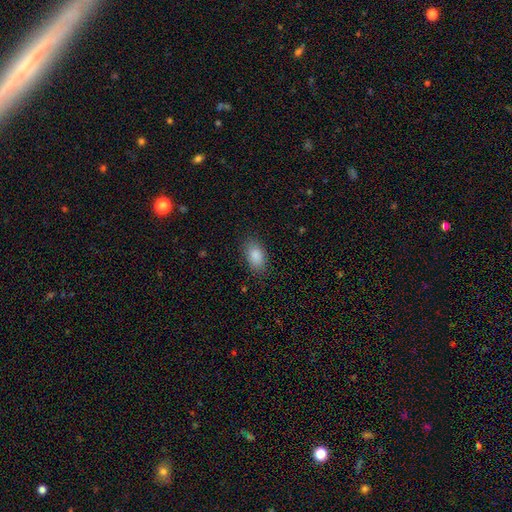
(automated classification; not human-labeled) A smooth galaxy with no disk features (88%) that is in between round and cigar-shaped (91%). Merging: none (85%).